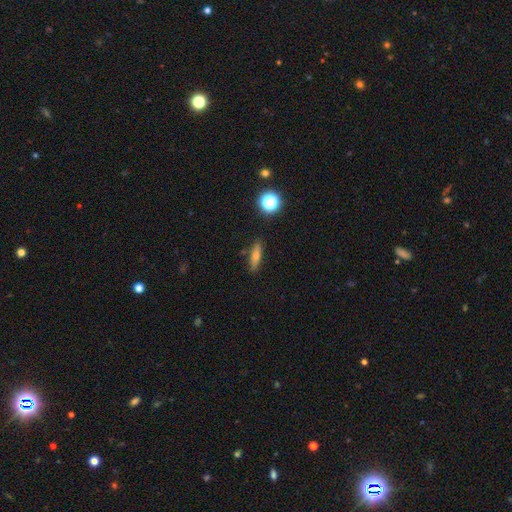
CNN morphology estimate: Smooth or featured? smooth (68%)
How rounded? cigar-shaped (63%)
Merging? none (84%)